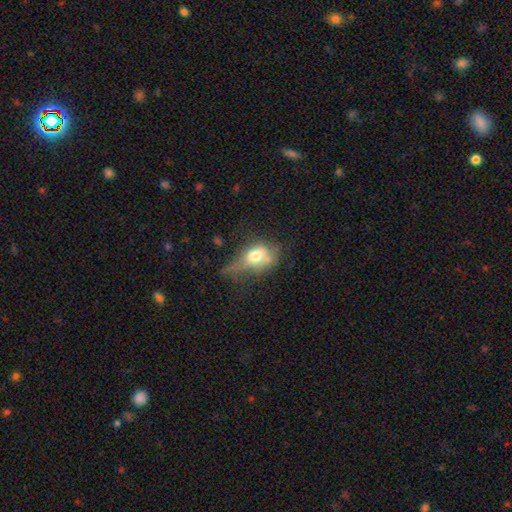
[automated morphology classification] Smooth or featured? Predicted: smooth (p=0.64). How rounded? Predicted: in between (p=0.70). Merging? Predicted: major disturbance (p=0.32).